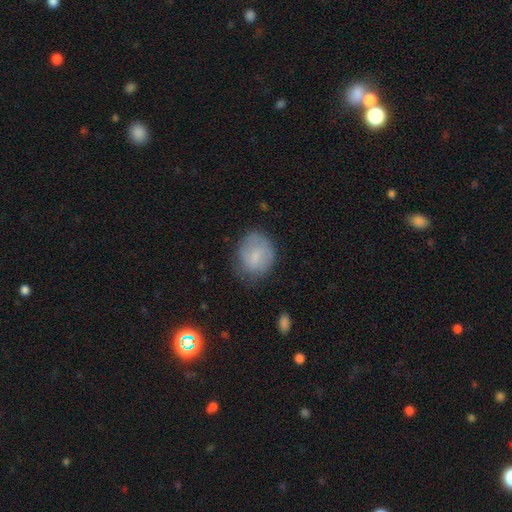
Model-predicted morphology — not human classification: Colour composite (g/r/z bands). It shows a smooth galaxy with no disk features (70%) that is round (59%). Merging: none (64%).